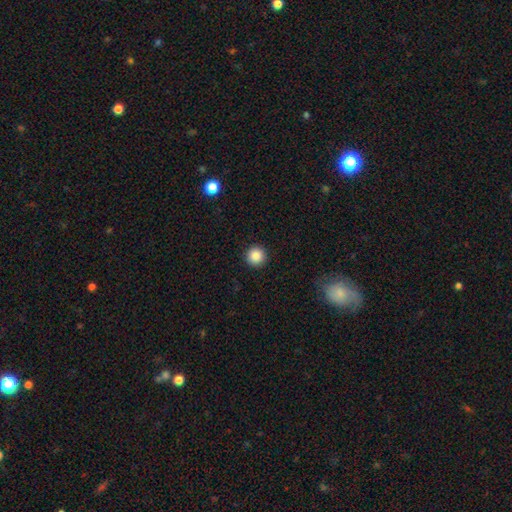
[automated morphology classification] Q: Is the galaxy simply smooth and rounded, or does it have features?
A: smooth — 87%.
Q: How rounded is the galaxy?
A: round — 96%.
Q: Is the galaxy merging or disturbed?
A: none — 93%.